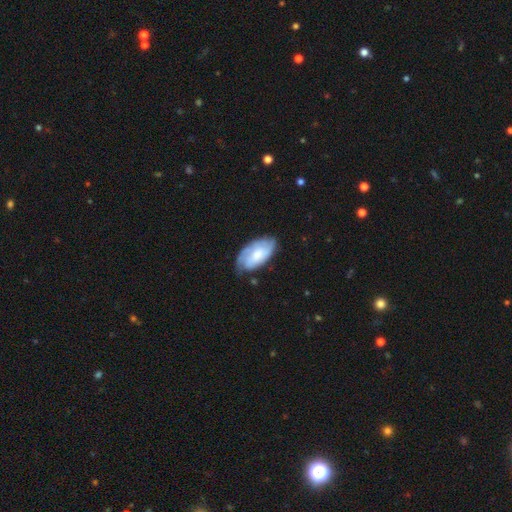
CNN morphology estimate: Smooth or featured: featured or disk — 54% (smooth — 40%)
Edge-on disk: no — 94% (yes — 6%)
Bar: no — 67% (weak — 27%)
Spiral arms: yes — 84% (no — 16%)
Bulge size: moderate — 40% (small — 39%)
Merging: none — 62% (minor disturbance — 27%)